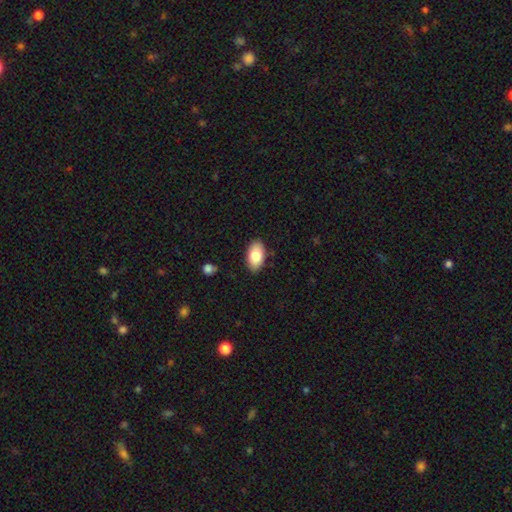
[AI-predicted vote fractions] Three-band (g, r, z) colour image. It shows a smooth galaxy with no disk features (81%) that is in between round and cigar-shaped (94%). Merging: none (87%).